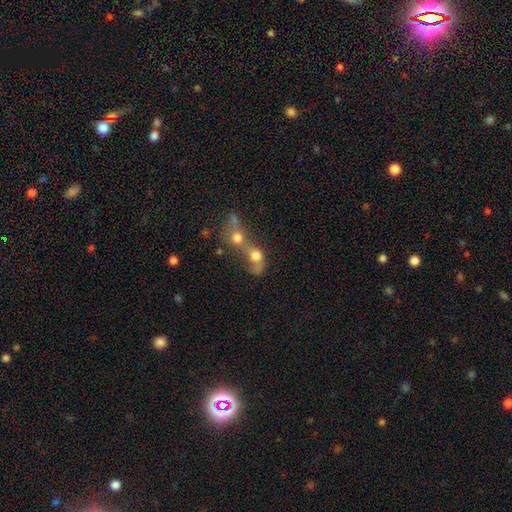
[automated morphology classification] A smooth galaxy with no disk features (63%) that is round (59%).

Vote fractions:
- Smooth or featured? smooth: 63% / featured or disk: 25% / star or artifact: 12%
- How rounded? round: 59% / in between: 39% / cigar-shaped: 3%
- Merging? merger: 77% / none: 10% / major disturbance: 9% / minor disturbance: 4%